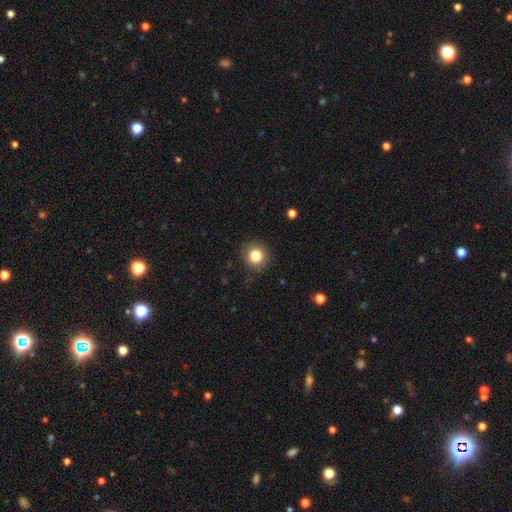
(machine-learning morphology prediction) type=smooth (82%); roundness=round (91%); merging=none (89%).